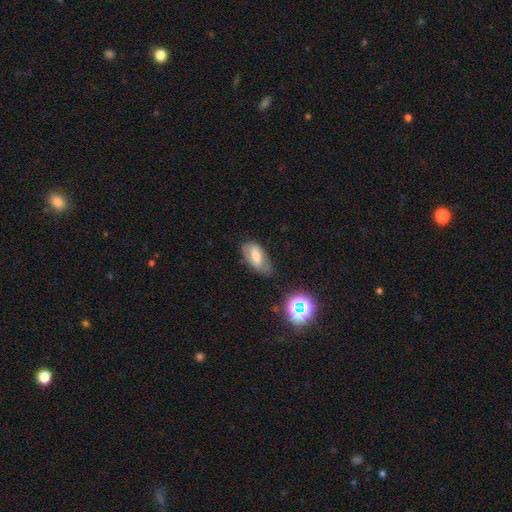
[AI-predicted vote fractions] smooth-or-featured: smooth: 59% | featured or disk: 30% | star or artifact: 11%
  how-rounded: in between: 89% | cigar-shaped: 6% | round: 5%
  merging: none: 55% | minor disturbance: 32% | major disturbance: 10% | merger: 3%